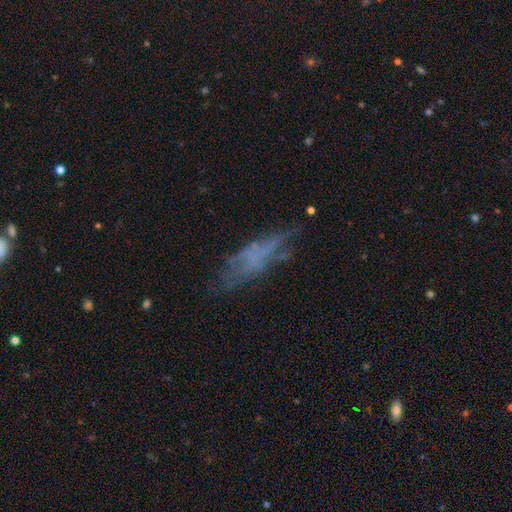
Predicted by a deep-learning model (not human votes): smooth-or-featured: featured or disk: 47% | smooth: 36% | star or artifact: 16%
  merging: none: 52% | minor disturbance: 24% | major disturbance: 20% | merger: 3%